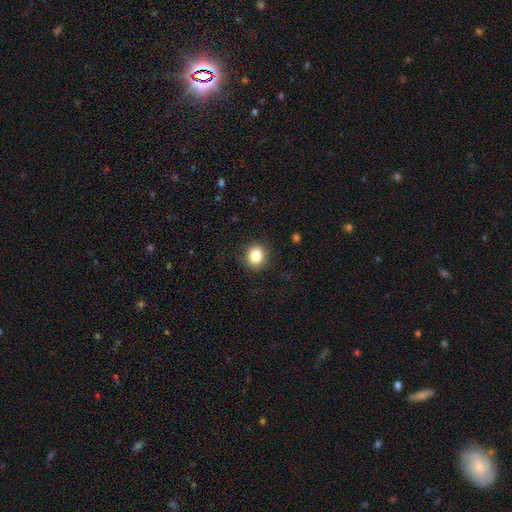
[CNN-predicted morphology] Overall: smooth (84%). How rounded: round (81%). Merging: none (90%).